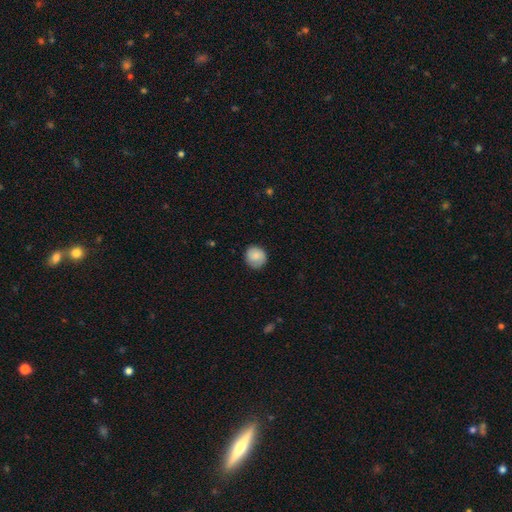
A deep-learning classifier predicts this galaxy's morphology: Smooth or featured?
  - smooth: 81% *
  - featured or disk: 12%
  - star or artifact: 7%
How rounded?
  - round: 88% *
  - in between: 11%
  - cigar-shaped: 1%
Merging?
  - none: 84% *
  - minor disturbance: 13%
  - major disturbance: 3%
  - merger: 1%